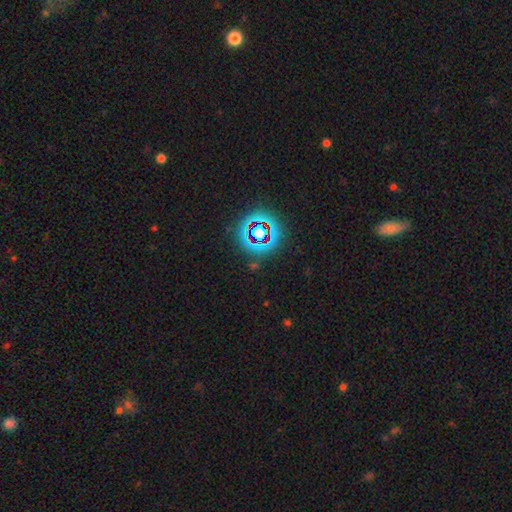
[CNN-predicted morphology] Q: Smooth or featured?
A: star or artifact (68%); runner-up: featured or disk (16%)